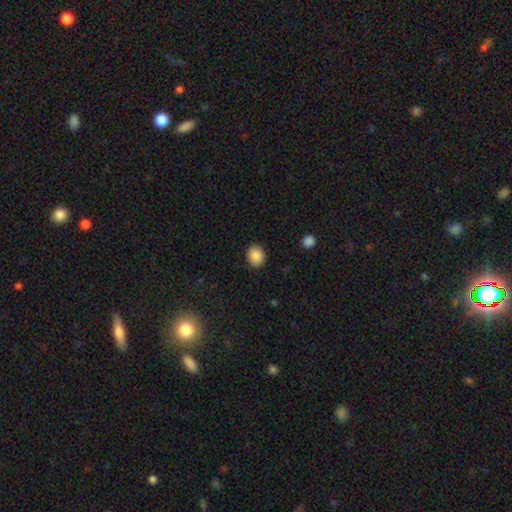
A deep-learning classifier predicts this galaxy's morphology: smooth 88%, star or artifact 8%, featured or disk 4%. Down the decision tree: how rounded — round (61%); merging — none (87%).